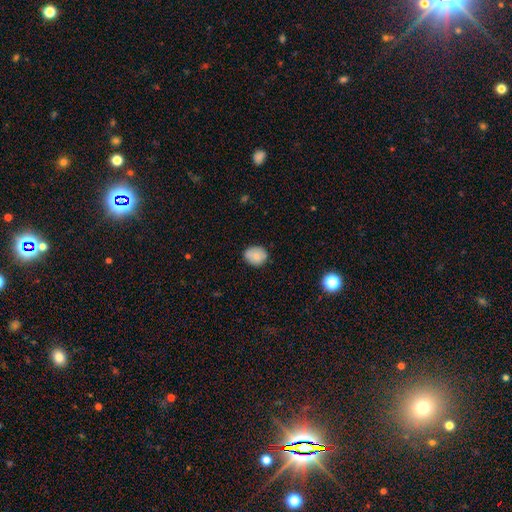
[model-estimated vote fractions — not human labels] Smooth or featured? smooth (81%)
How rounded? round (64%)
Merging? none (78%)